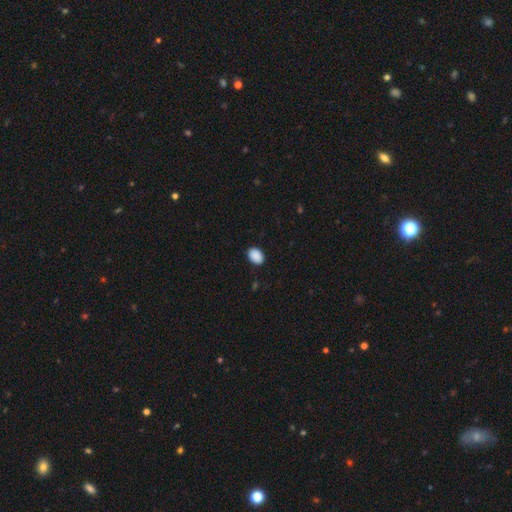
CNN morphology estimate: smooth-or-featured: smooth: 90% | star or artifact: 7% | featured or disk: 3%
  how-rounded: in between: 80% | round: 19% | cigar-shaped: 1%
  merging: none: 88% | minor disturbance: 9% | major disturbance: 2% | merger: 1%